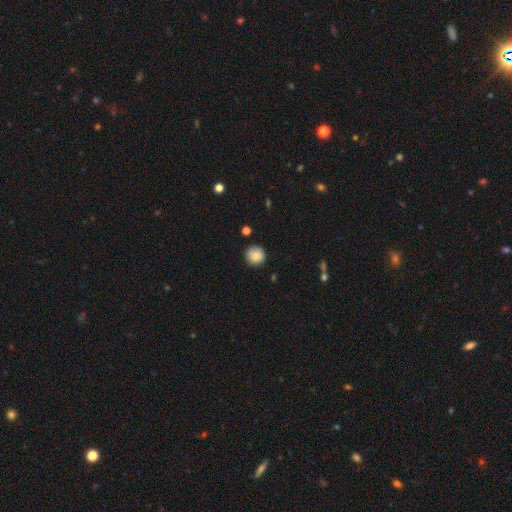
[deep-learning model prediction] Overall: smooth (87%). How rounded: round (92%). Merging: none (86%).